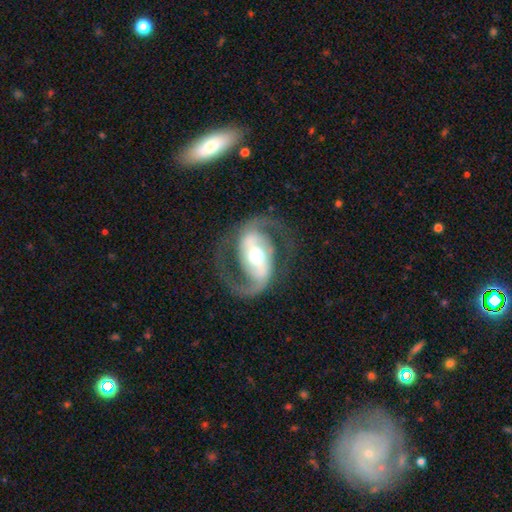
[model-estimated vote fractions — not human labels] Smooth or featured?
  - featured or disk: 91% *
  - smooth: 5%
  - star or artifact: 4%
Edge-on disk?
  - no: 97% *
  - yes: 3%
Bar?
  - strong: 55% *
  - weak: 29%
  - no: 16%
Spiral arms?
  - yes: 95% *
  - no: 5%
Spiral winding?
  - medium: 58% *
  - loose: 27%
  - tight: 16%
Spiral arm count?
  - 2: 93% *
  - 1: 2%
  - can't tell: 2%
  - 3: 1%
  - 4: 1%
  - more than 4: 1%
Bulge size?
  - moderate: 68% *
  - small: 19%
  - large: 11%
  - dominant: 2%
  - none: 1%
Merging?
  - none: 79% *
  - minor disturbance: 11%
  - major disturbance: 9%
  - merger: 1%